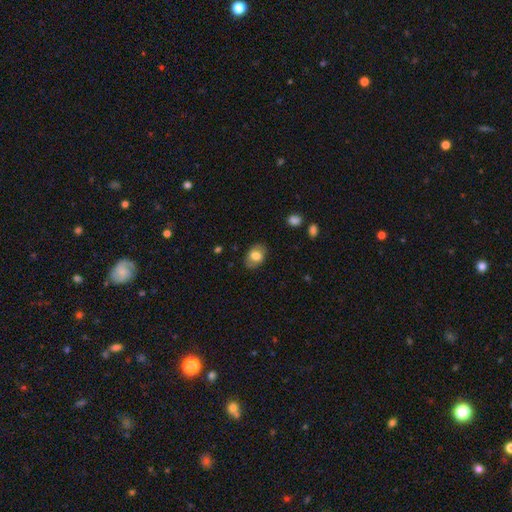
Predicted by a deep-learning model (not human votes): Overall: smooth (76%). How rounded: in between (78%). Merging: none (82%).